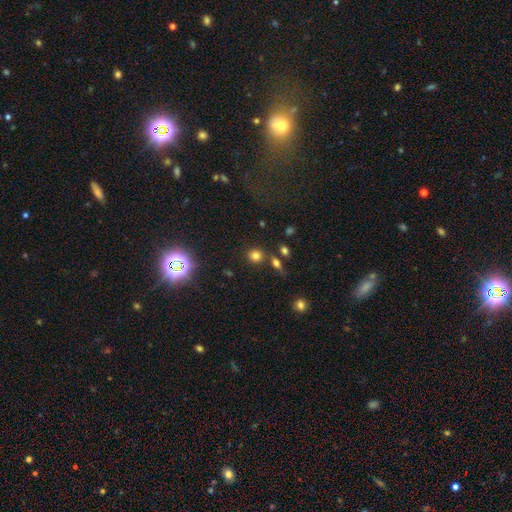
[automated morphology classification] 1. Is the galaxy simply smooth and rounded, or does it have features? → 75% smooth, 18% star or artifact, 7% featured or disk.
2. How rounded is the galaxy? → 86% round, 12% in between, 1% cigar-shaped.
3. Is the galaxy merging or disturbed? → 80% none, 8% merger, 8% minor disturbance, 4% major disturbance.